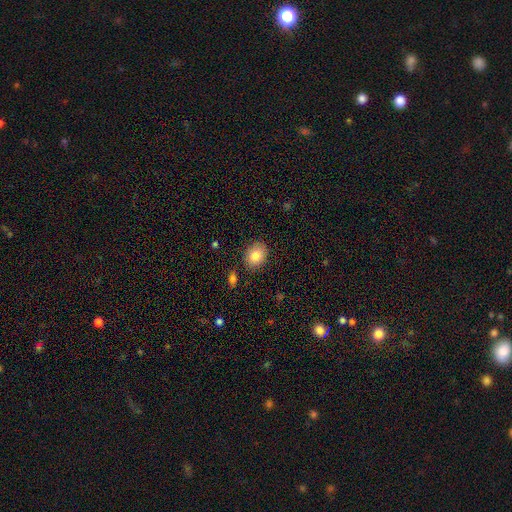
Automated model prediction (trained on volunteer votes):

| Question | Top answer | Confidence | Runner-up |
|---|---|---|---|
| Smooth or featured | smooth | 83% | featured or disk (8%) |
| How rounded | in between | 56% | round (43%) |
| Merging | none | 85% | minor disturbance (10%) |